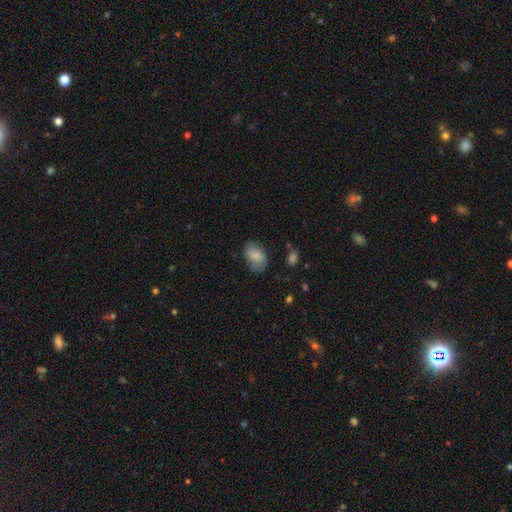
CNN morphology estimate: A smooth galaxy with no disk features (78%) that is in between round and cigar-shaped (85%). Merging: none (62%).